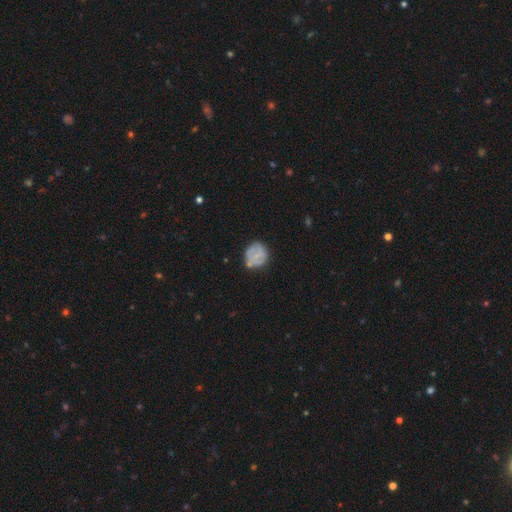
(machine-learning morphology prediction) Smooth or featured? smooth (55%)
How rounded? round (79%)
Merging? none (65%)